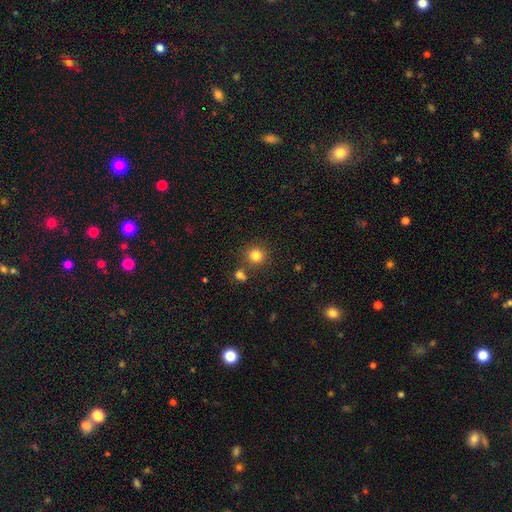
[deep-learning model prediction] A smooth galaxy with no disk features (82%) that is round (88%).

Vote fractions:
- Smooth or featured? smooth: 82% / star or artifact: 12% / featured or disk: 6%
- How rounded? round: 88% / in between: 11% / cigar-shaped: 1%
- Merging? none: 79% / merger: 10% / minor disturbance: 9% / major disturbance: 3%